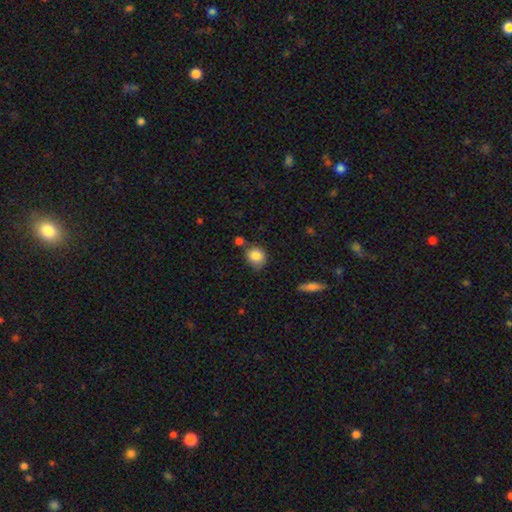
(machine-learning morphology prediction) Smooth or featured? smooth (85%)
How rounded? round (67%)
Merging? none (59%)